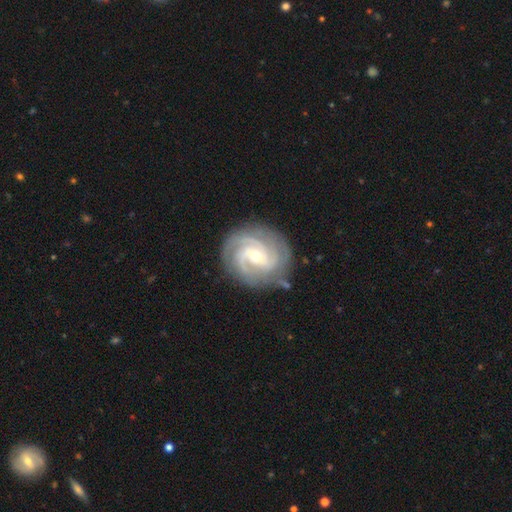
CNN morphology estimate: Q: Smooth or featured?
A: featured or disk (91%); runner-up: smooth (5%)
Q: Edge-on disk?
A: no (98%); runner-up: yes (2%)
Q: Bar?
A: weak (45%); runner-up: no (39%)
Q: Spiral arms?
A: yes (98%); runner-up: no (2%)
Q: Spiral winding?
A: tight (65%); runner-up: medium (30%)
Q: Spiral arm count?
A: 3 (44%); runner-up: 4 (21%)
Q: Bulge size?
A: small (55%); runner-up: moderate (42%)
Q: Merging?
A: none (80%); runner-up: minor disturbance (14%)